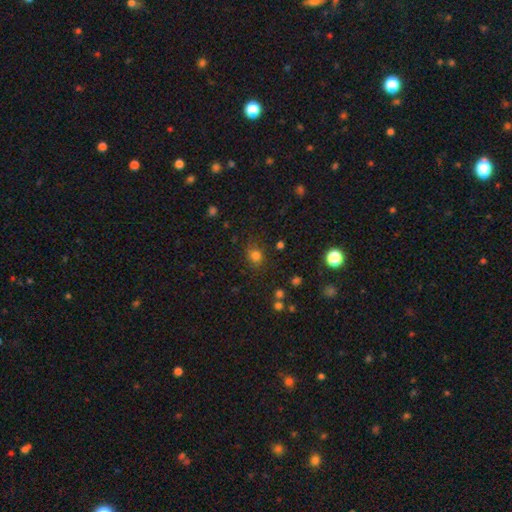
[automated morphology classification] type=smooth (77%); roundness=round (73%); merging=none (77%).